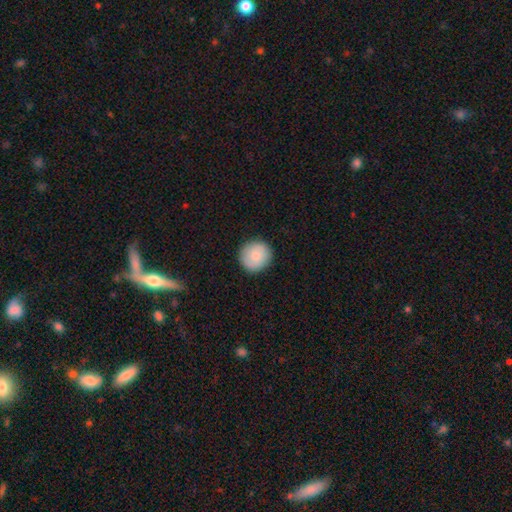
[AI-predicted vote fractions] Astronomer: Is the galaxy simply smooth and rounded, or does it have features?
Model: smooth — 84%.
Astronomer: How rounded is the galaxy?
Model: round — 92%.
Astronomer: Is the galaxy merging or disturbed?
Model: none — 89%.